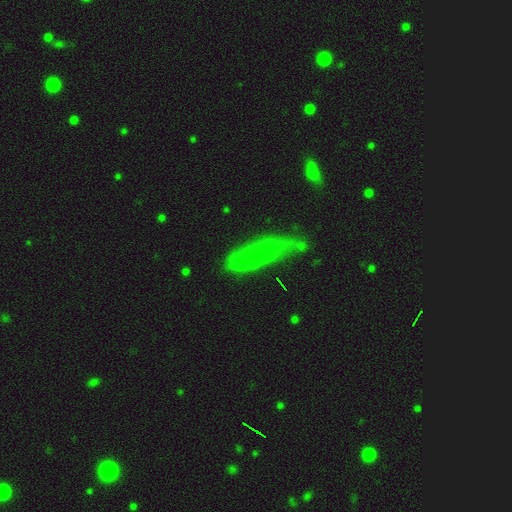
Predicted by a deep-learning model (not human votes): This is likely a smooth galaxy (65%). How rounded: likely cigar-shaped (78%). Merging: possibly none (49%).